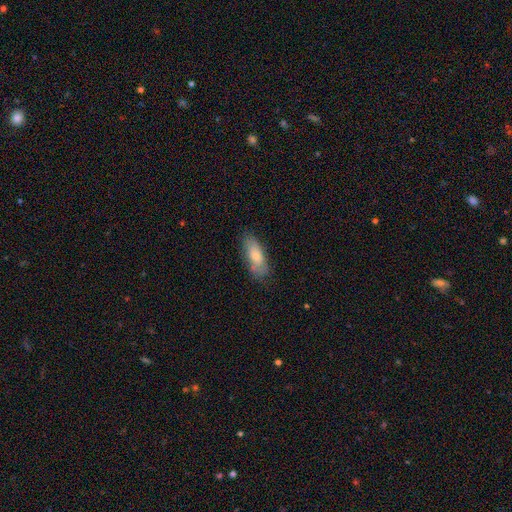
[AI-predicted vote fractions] Q: Smooth or featured?
A: smooth (75%); runner-up: featured or disk (19%)
Q: How rounded?
A: in between (77%); runner-up: cigar-shaped (21%)
Q: Merging?
A: none (70%); runner-up: minor disturbance (22%)